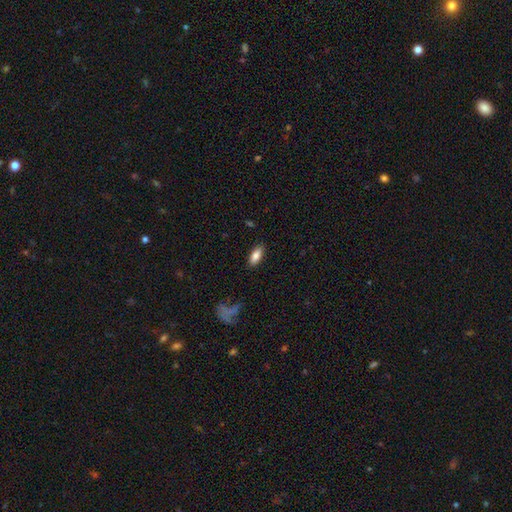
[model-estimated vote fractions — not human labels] Smooth or featured? Predicted: smooth (p=0.79). How rounded? Predicted: in between (p=0.80). Merging? Predicted: none (p=0.87).